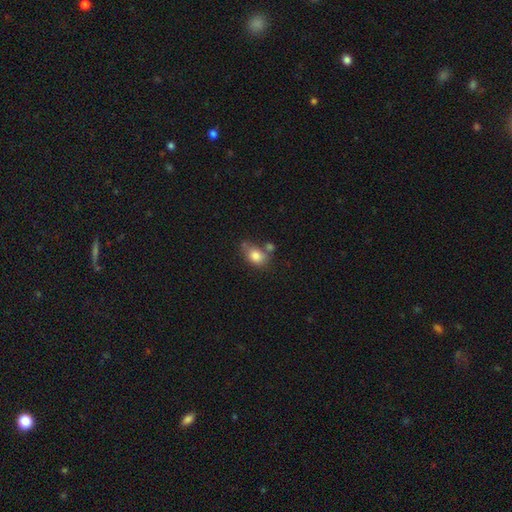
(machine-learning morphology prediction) Overall: smooth (81%). How rounded: in between (68%; round 30%). Merging: none (46%; merger 25%).